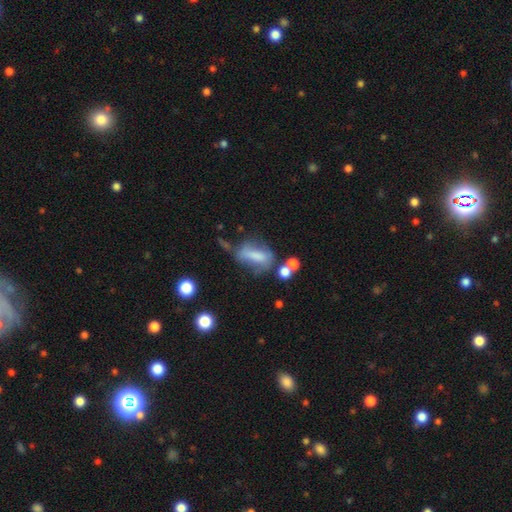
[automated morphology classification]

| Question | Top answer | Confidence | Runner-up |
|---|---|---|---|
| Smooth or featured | smooth | 56% | featured or disk (32%) |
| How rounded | in between | 72% | cigar-shaped (19%) |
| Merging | none | 32% | major disturbance (26%) |